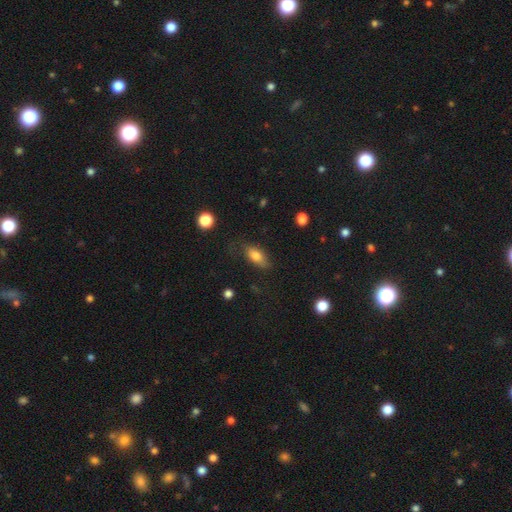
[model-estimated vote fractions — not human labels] Overall: smooth (77%). How rounded: in between (84%). Merging: none (70%).